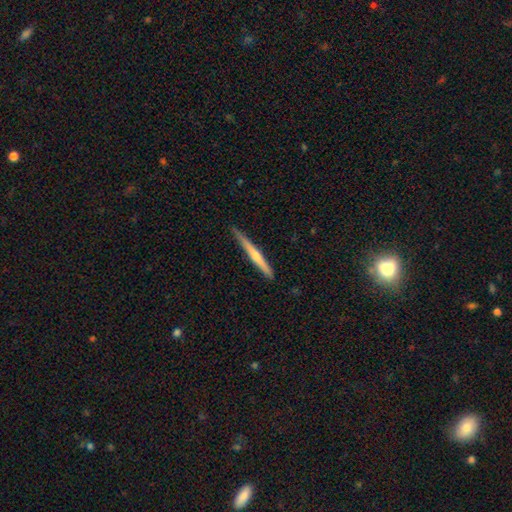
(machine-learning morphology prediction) A featured or disk galaxy (63%) viewed edge-on (98%) with a rounded central bulge (74%). Merging: none (88%).